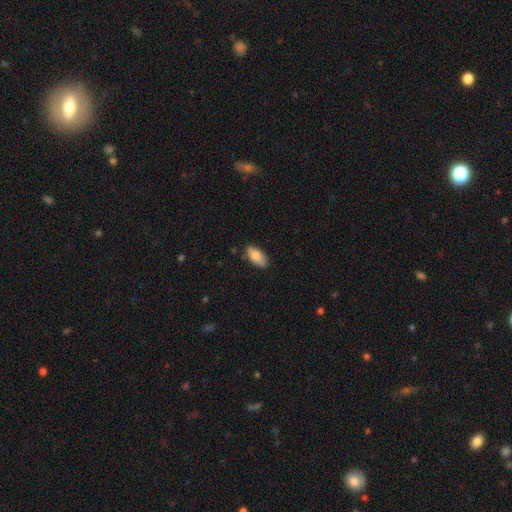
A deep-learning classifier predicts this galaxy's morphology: This appears to be a smooth galaxy with no disk features (80%) that is in between round and cigar-shaped (91%). Merging: none (81%).